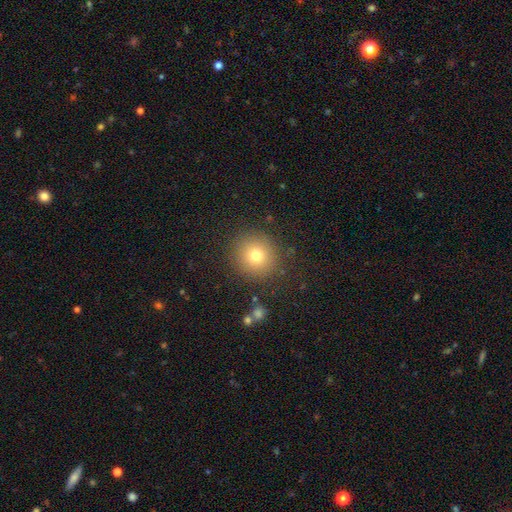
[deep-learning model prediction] Smooth or featured? smooth (76%)
How rounded? round (93%)
Merging? none (88%)